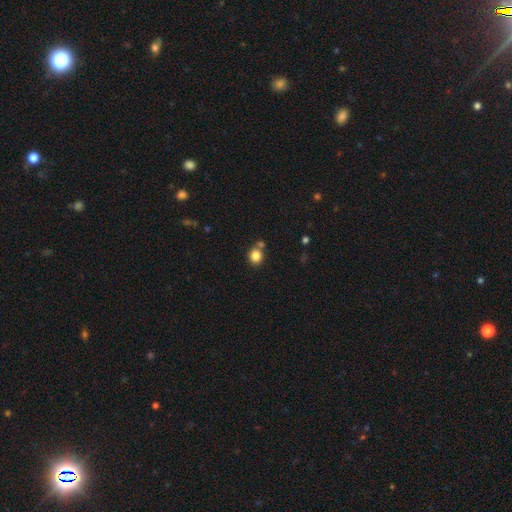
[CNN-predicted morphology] smooth-or-featured: smooth: 84% | star or artifact: 11% | featured or disk: 6%
  how-rounded: round: 77% | in between: 23% | cigar-shaped: 1%
  merging: none: 67% | merger: 19% | minor disturbance: 10% | major disturbance: 3%